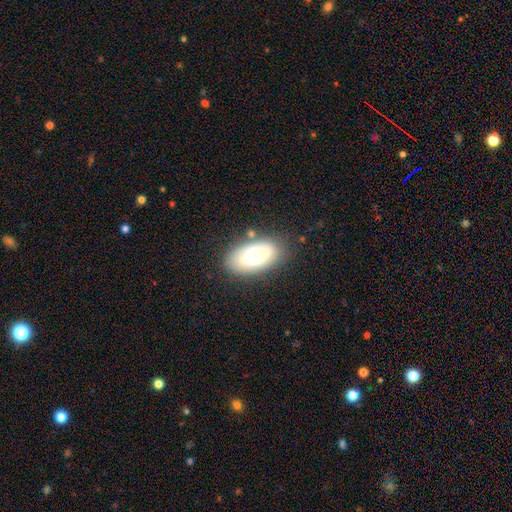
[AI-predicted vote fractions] Overall: smooth (48%; featured or disk 45%). Merging: none (72%).